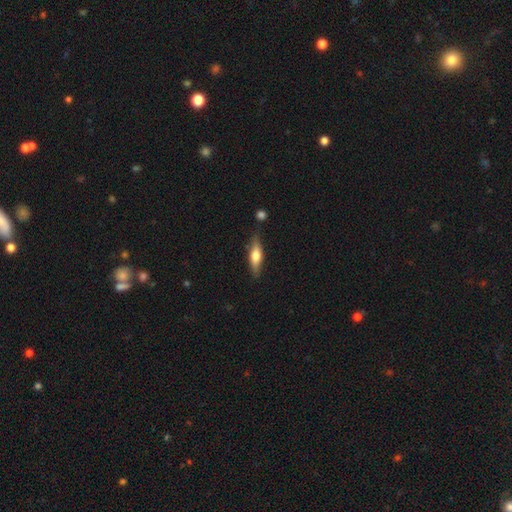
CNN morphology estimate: Overall: smooth (53%; featured or disk 41%). How rounded: cigar-shaped (58%; in between 39%). Merging: none (79%).